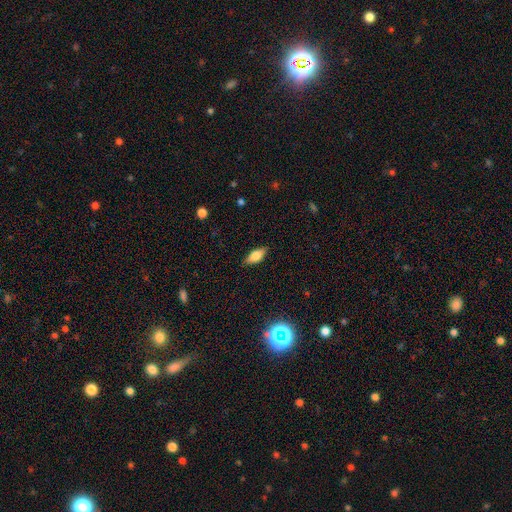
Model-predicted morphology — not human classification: Overall: smooth (72%). How rounded: in between (80%). Merging: none (87%).